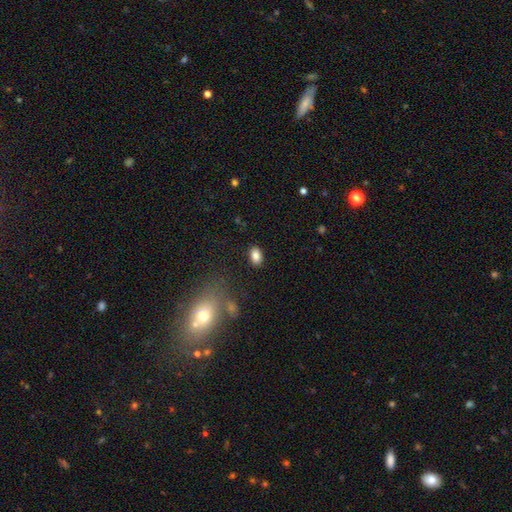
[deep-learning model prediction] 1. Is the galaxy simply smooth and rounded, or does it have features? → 86% smooth, 9% star or artifact, 5% featured or disk.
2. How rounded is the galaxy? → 86% in between, 13% round, 1% cigar-shaped.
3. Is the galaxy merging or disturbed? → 87% none, 9% minor disturbance, 3% major disturbance, 2% merger.